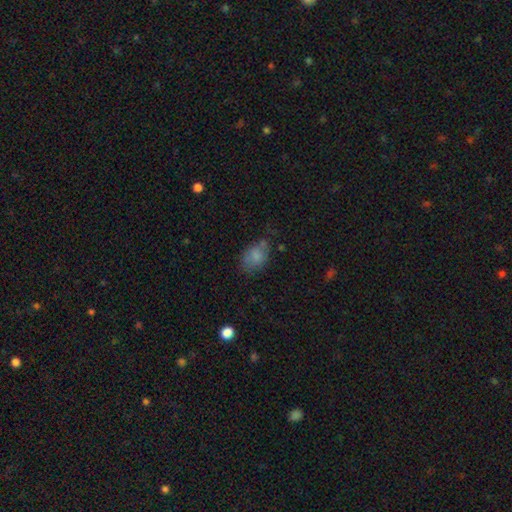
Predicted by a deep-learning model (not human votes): Q: Smooth or featured?
A: smooth (78%); runner-up: featured or disk (12%)
Q: How rounded?
A: in between (81%); runner-up: round (17%)
Q: Merging?
A: none (53%); runner-up: minor disturbance (28%)